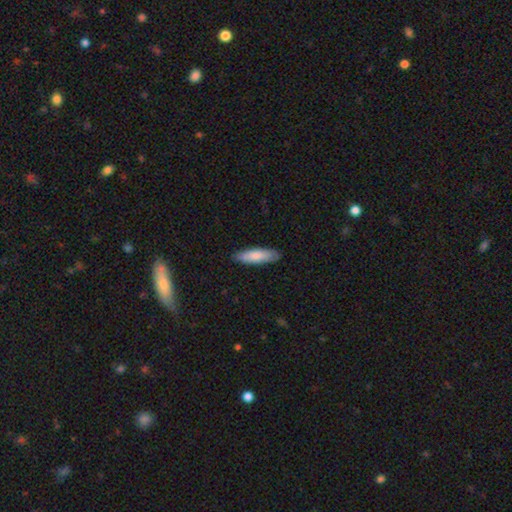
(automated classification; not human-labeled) Smooth or featured?
  - smooth: 82% *
  - featured or disk: 13%
  - star or artifact: 5%
How rounded?
  - cigar-shaped: 56% *
  - in between: 42%
  - round: 1%
Merging?
  - none: 87% *
  - minor disturbance: 10%
  - major disturbance: 2%
  - merger: 1%